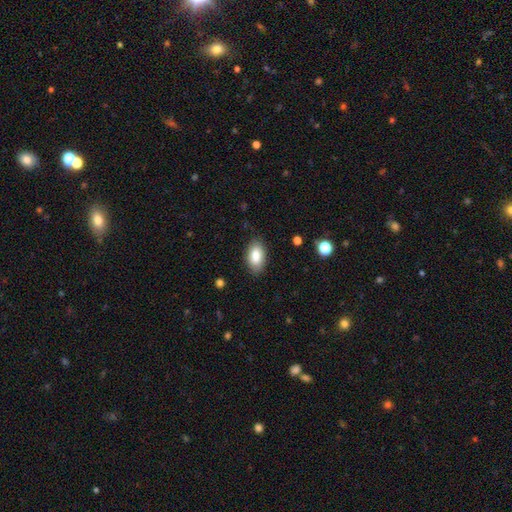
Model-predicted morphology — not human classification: Smooth or featured? smooth (84%)
How rounded? in between (94%)
Merging? none (85%)